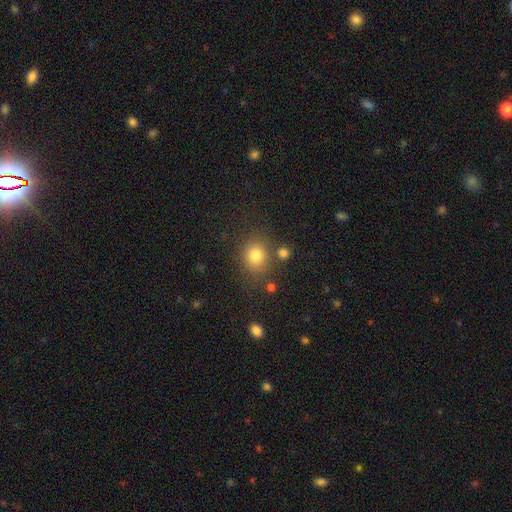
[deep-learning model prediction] Smooth or featured? Predicted: smooth (p=0.80). How rounded? Predicted: round (p=0.77). Merging? Predicted: none (p=0.74).